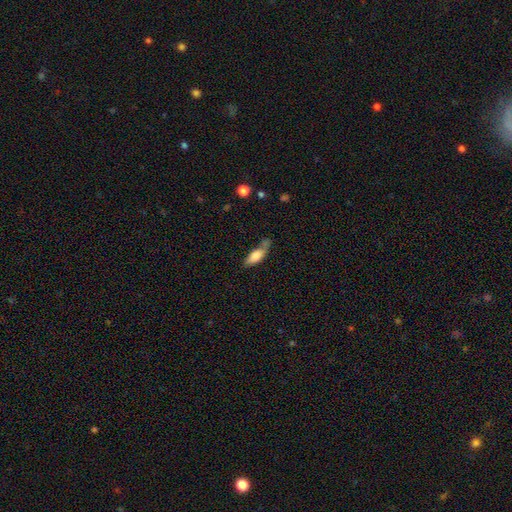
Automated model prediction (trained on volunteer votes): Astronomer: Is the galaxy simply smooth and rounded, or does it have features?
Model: smooth — 73%.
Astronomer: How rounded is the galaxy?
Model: in between — 68%.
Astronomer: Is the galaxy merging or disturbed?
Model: none — 45% (runner-up: minor disturbance, 29%).